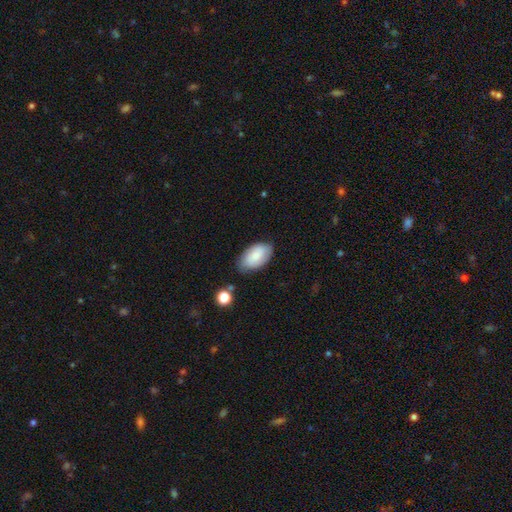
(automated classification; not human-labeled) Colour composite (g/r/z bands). It shows a smooth galaxy with no disk features (77%) that is in between round and cigar-shaped (95%). Merging: none (70%).